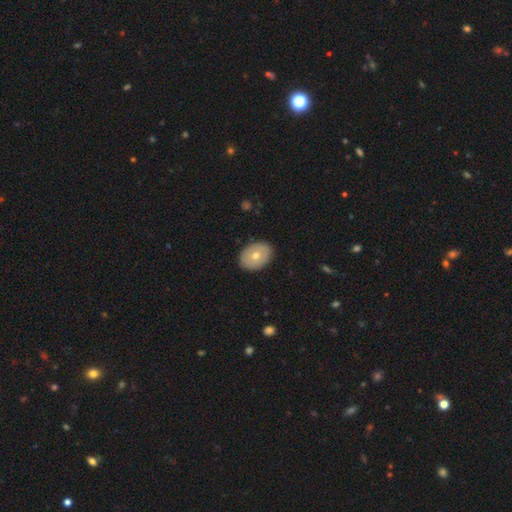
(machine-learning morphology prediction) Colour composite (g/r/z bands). It shows a smooth galaxy with no disk features (64%) that is in between round and cigar-shaped (72%). Merging: none (88%).